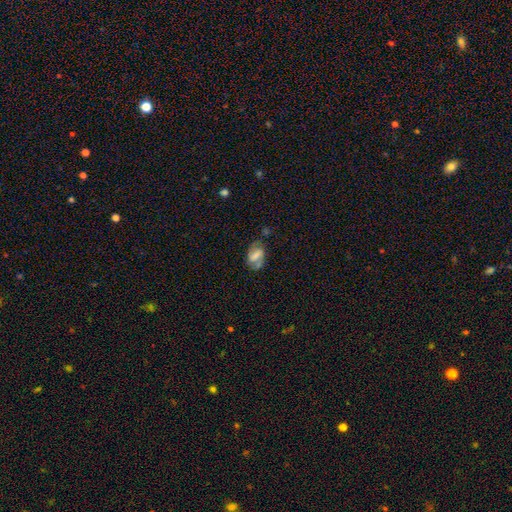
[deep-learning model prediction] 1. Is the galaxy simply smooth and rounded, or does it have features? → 47% featured or disk, 44% smooth, 9% star or artifact.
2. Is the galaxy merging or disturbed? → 53% none, 27% minor disturbance, 12% major disturbance, 8% merger.